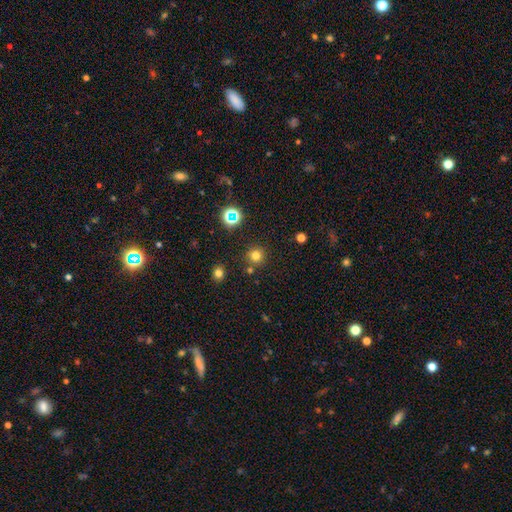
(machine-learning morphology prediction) smooth-or-featured: smooth: 73% | star or artifact: 21% | featured or disk: 6%
  how-rounded: round: 94% | in between: 5% | cigar-shaped: 1%
  merging: none: 84% | minor disturbance: 7% | merger: 7% | major disturbance: 3%